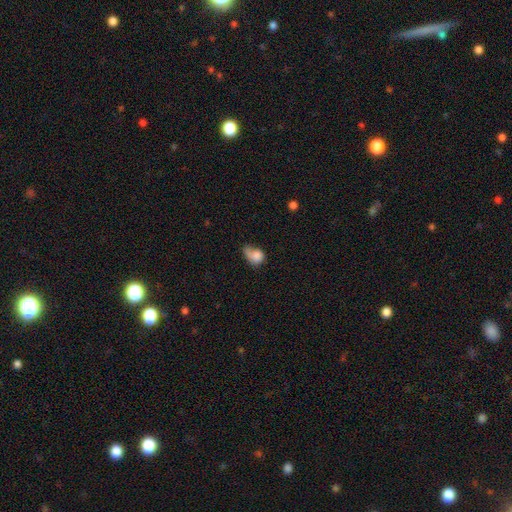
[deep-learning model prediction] This is likely a smooth galaxy (75%). How rounded: possibly in between (54%). Merging: marginally major disturbance (34%).